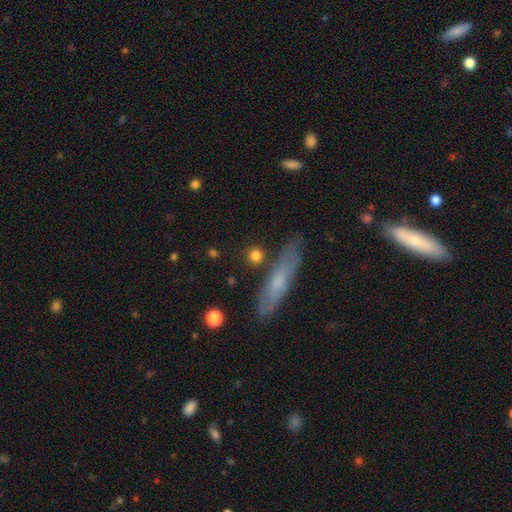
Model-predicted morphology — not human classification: Smooth or featured? smooth (80%)
How rounded? round (77%)
Merging? none (83%)